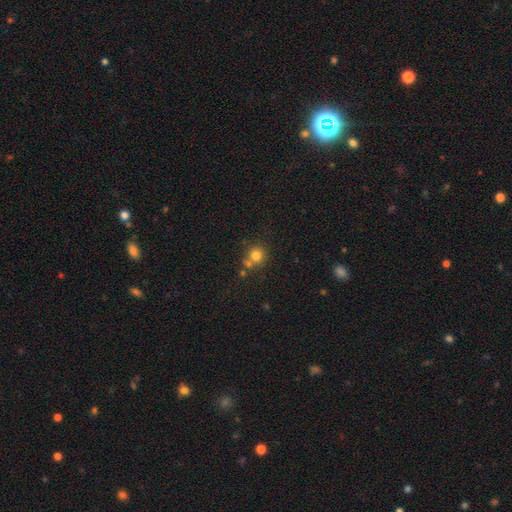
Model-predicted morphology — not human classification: smooth 79%, star or artifact 13%, featured or disk 8%. Down the decision tree: how rounded — round (90%); merging — none (62%).